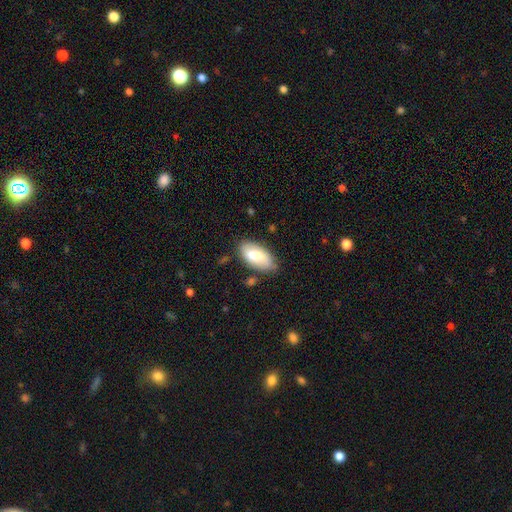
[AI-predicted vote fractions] Morphology: type=smooth (74%); roundness=in between (92%); merging=none (74%).